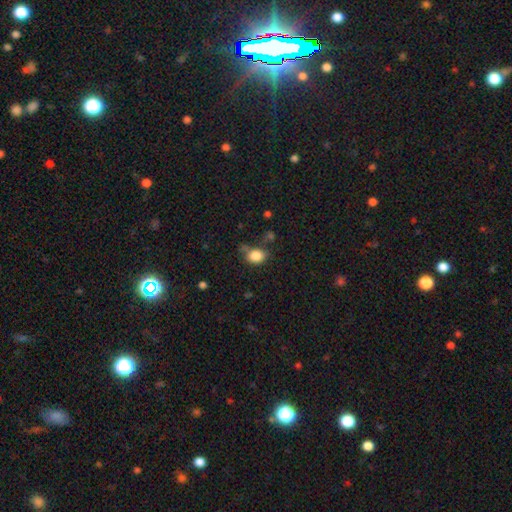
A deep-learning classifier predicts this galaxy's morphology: Smooth or featured? Predicted: smooth (p=0.84). How rounded? Predicted: in between (p=0.59). Merging? Predicted: none (p=0.61).